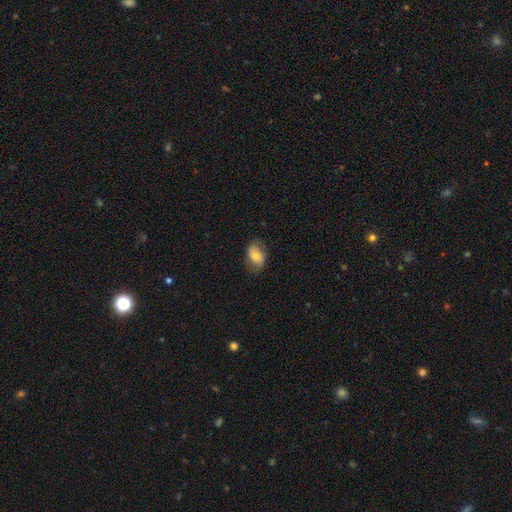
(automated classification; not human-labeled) This is likely a smooth galaxy (66%). How rounded: clearly in between (84%). Merging: likely none (75%).